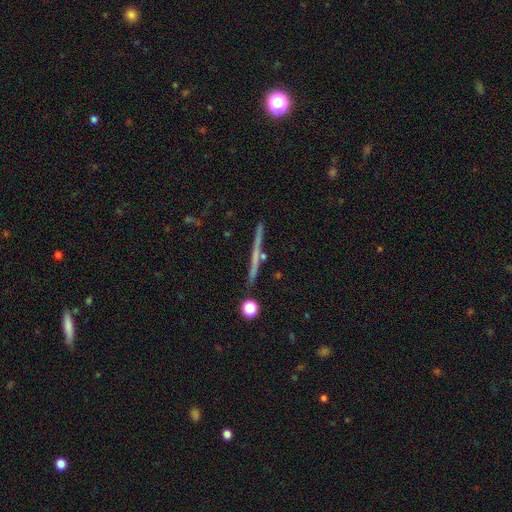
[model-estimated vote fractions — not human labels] smooth_or_featured: featured or disk (p=0.60) [alt: smooth p=0.30]
disk_edge_on: yes (p=0.96) [alt: no p=0.04]
edge_on_bulge: none (p=0.79) [alt: rounded p=0.16]
merging: none (p=0.88) [alt: minor disturbance p=0.07]